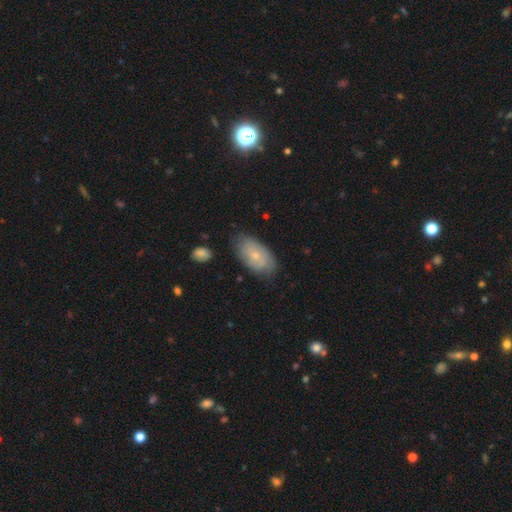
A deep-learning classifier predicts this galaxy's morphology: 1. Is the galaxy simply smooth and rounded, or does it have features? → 53% smooth, 40% featured or disk, 7% star or artifact.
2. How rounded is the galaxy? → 93% in between, 5% round, 2% cigar-shaped.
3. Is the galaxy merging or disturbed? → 74% none, 20% minor disturbance, 4% major disturbance, 2% merger.